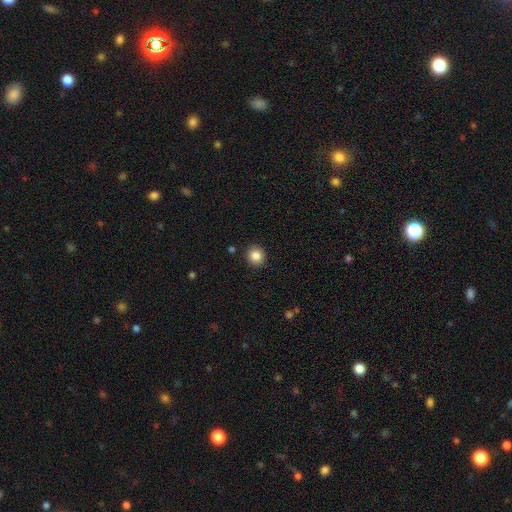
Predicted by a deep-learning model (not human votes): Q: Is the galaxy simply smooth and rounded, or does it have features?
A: smooth — 86%.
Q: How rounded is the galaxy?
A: round — 86%.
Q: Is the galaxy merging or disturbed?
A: none — 90%.